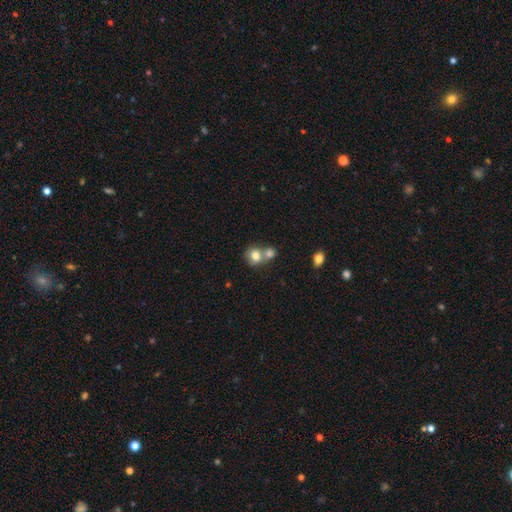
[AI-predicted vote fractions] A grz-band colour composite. It shows a smooth galaxy with no disk features (77%) that is round (74%). Merging: merger (58%).